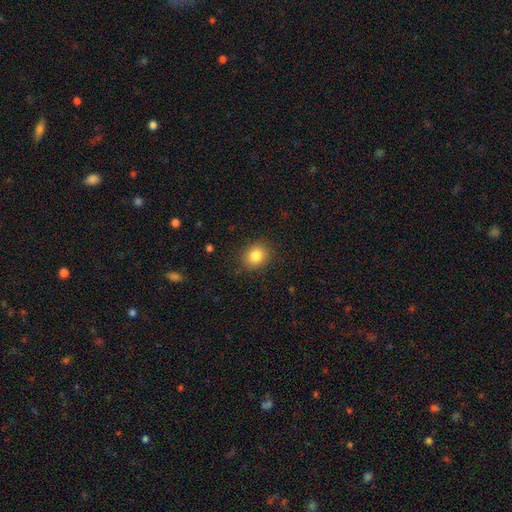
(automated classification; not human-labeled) A smooth galaxy with no disk features (85%) that is round (71%). Merging: none (87%).